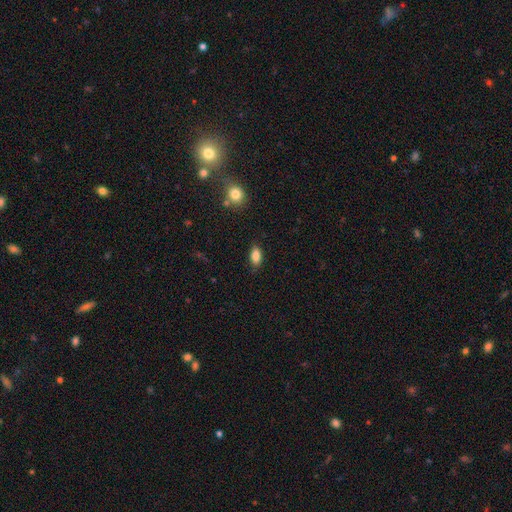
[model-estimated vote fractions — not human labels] A smooth galaxy with no disk features (86%) that is in between round and cigar-shaped (89%).

Vote fractions:
- Smooth or featured? smooth: 86% / star or artifact: 8% / featured or disk: 5%
- How rounded? in between: 89% / cigar-shaped: 6% / round: 5%
- Merging? none: 82% / minor disturbance: 13% / major disturbance: 3% / merger: 1%